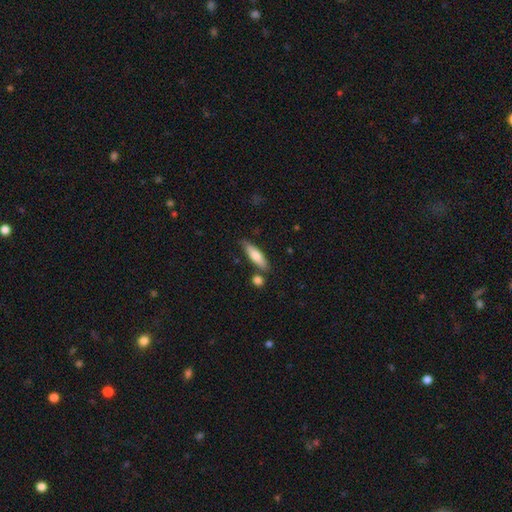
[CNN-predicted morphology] type=smooth (71%); roundness=cigar-shaped (63%); merging=none (74%).